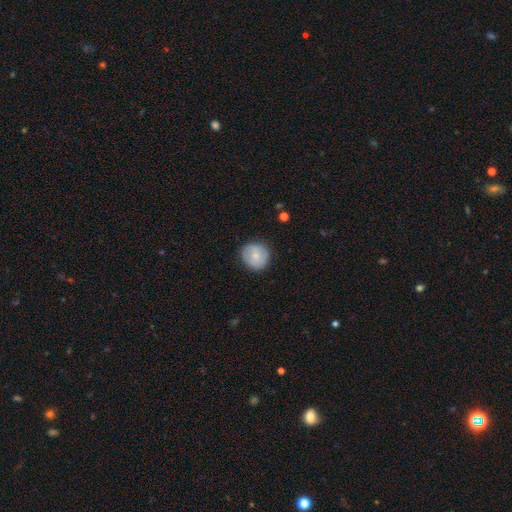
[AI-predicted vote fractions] smooth_or_featured: smooth (p=0.69) [alt: featured or disk p=0.23]
how_rounded: round (p=0.89) [alt: in between p=0.10]
merging: none (p=0.82) [alt: minor disturbance p=0.13]